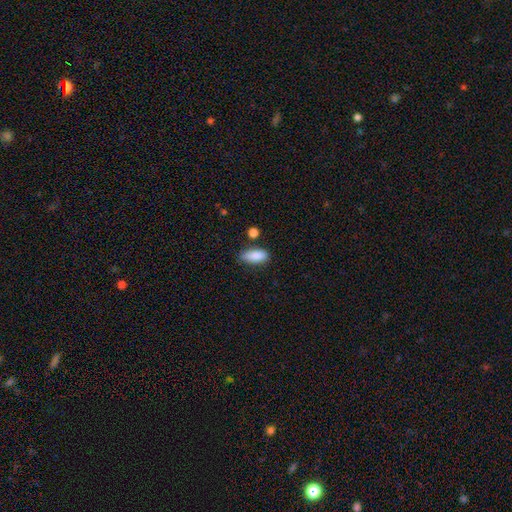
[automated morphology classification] Overall: smooth (87%). How rounded: in between (81%). Merging: none (68%).